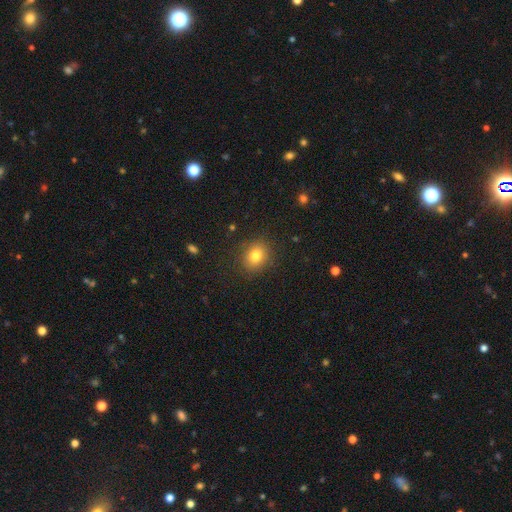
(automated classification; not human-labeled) smooth-or-featured: smooth: 80% | star or artifact: 12% | featured or disk: 8%
  how-rounded: round: 61% | in between: 38% | cigar-shaped: 1%
  merging: none: 87% | minor disturbance: 9% | major disturbance: 3% | merger: 1%